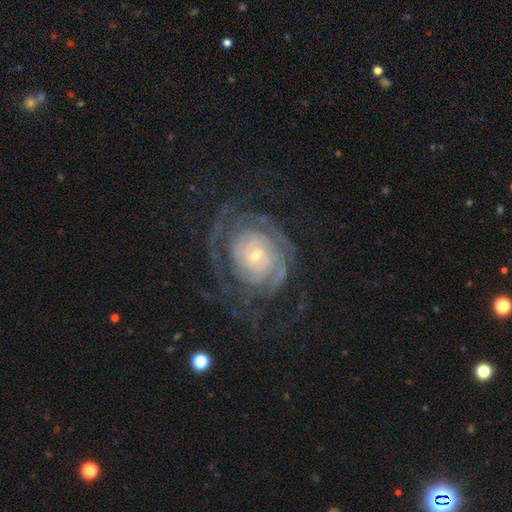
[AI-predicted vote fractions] Smooth or featured? featured or disk (87%)
Edge-on disk? no (97%)
Bar? no (68%)
Spiral arms? yes (95%)
Spiral winding? tight (72%)
Spiral arm count? can't tell (33%)
Bulge size? small (76%)
Merging? none (64%)